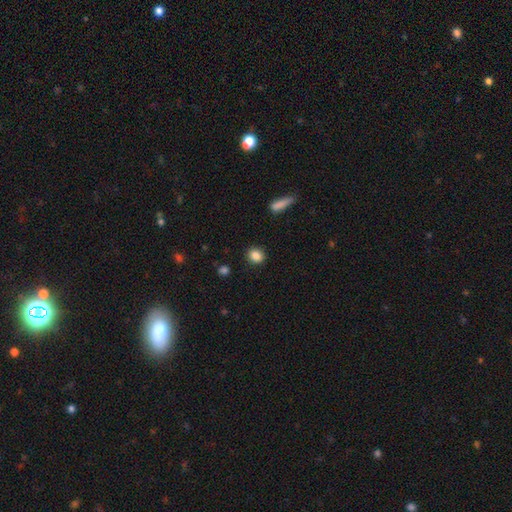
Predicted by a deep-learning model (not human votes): Smooth or featured: smooth — 87% (star or artifact — 9%)
How rounded: round — 71% (in between — 27%)
Merging: none — 88% (minor disturbance — 8%)